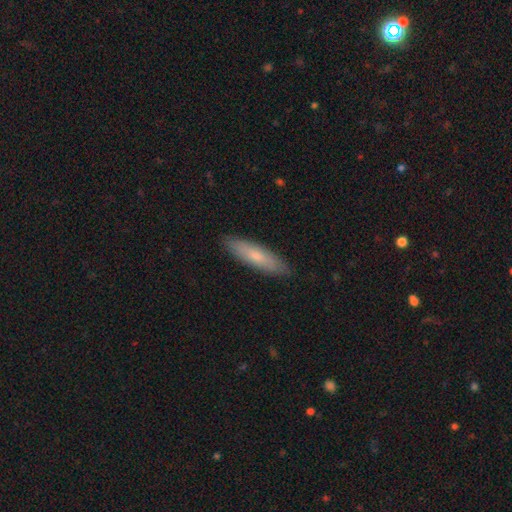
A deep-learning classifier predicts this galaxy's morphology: Smooth or featured: smooth — 69% (featured or disk — 25%)
How rounded: cigar-shaped — 72% (in between — 26%)
Merging: none — 89% (minor disturbance — 9%)